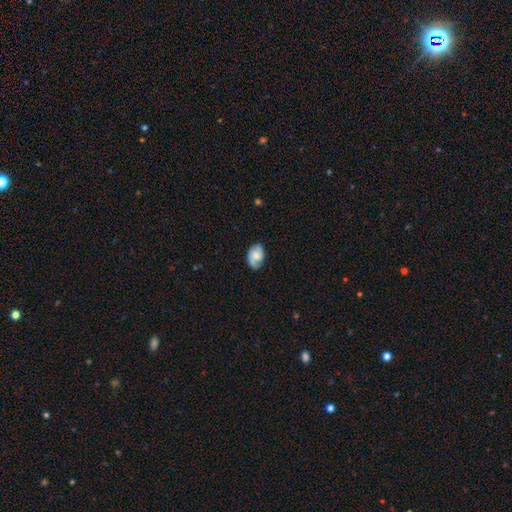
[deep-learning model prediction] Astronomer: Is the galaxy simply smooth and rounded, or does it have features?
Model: featured or disk — 47% (runner-up: smooth, 46%).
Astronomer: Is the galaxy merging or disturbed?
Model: none — 68%.